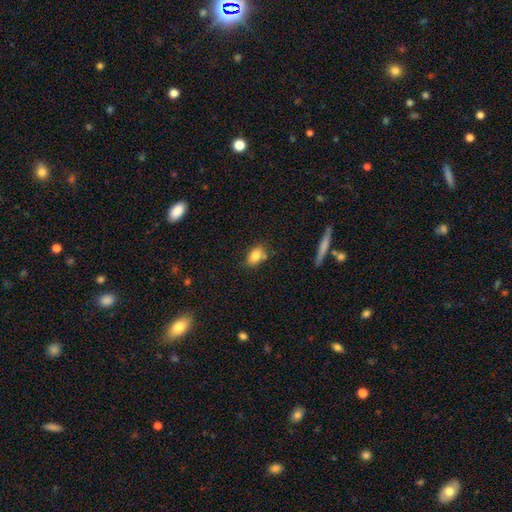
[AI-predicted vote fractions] smooth-or-featured: smooth: 81% | featured or disk: 10% | star or artifact: 9%
  how-rounded: in between: 76% | round: 21% | cigar-shaped: 3%
  merging: none: 70% | minor disturbance: 17% | merger: 9% | major disturbance: 4%